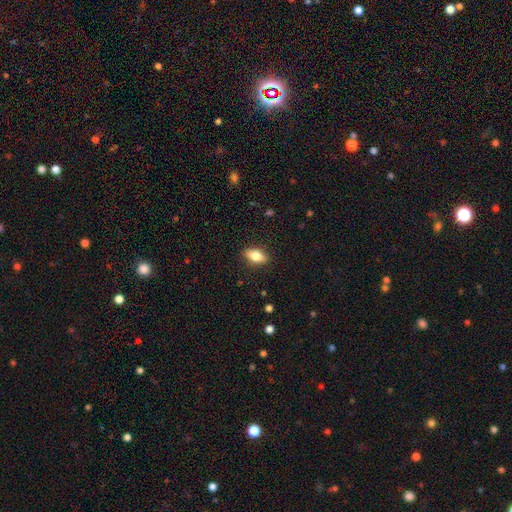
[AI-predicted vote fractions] The model was most divided on "smooth or featured": smooth: 73%, featured or disk: 20%, star or artifact: 7%. More confident: merging — none (87%); how rounded — in between (82%).